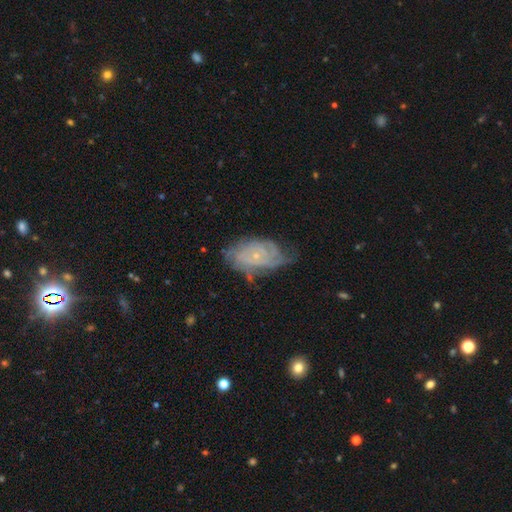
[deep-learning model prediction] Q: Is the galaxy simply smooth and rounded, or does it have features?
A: featured or disk — 78%.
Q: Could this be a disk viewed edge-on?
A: no — 96%.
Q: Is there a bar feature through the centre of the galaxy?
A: no — 75%.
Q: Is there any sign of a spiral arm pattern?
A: yes — 92%.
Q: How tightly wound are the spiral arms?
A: tight — 66%.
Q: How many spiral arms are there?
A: can't tell — 43%.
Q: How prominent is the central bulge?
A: small — 81%.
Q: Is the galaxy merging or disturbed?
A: none — 59%.